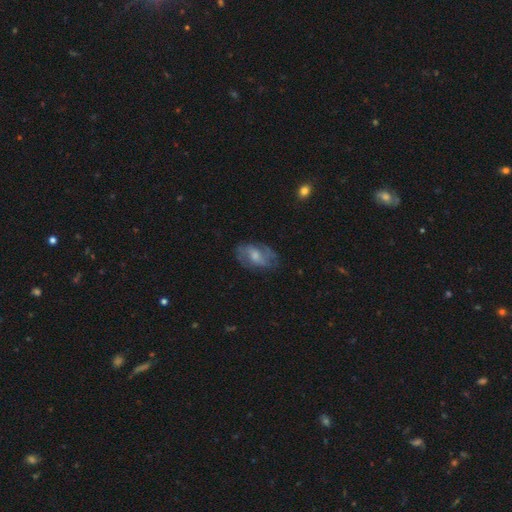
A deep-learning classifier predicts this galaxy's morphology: Overall: featured or disk (62%; smooth 31%). Edge-on disk: no (96%). Bar: no (51%; weak 40%). Spiral arms: yes (79%). Bulge size: moderate (49%; small 33%). Merging: none (64%).